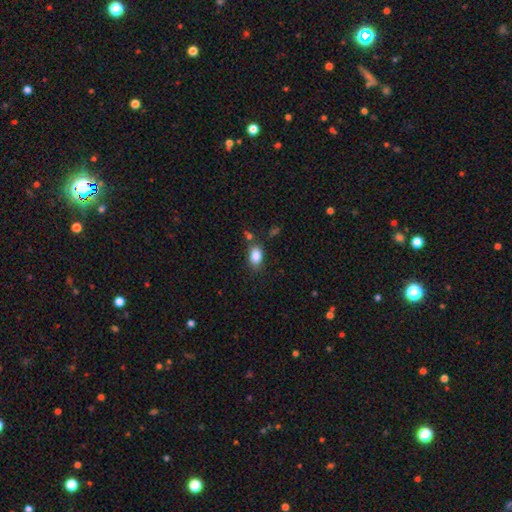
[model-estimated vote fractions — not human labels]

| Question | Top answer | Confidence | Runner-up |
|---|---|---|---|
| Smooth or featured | smooth | 85% | star or artifact (9%) |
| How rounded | in between | 83% | round (15%) |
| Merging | none | 72% | minor disturbance (16%) |